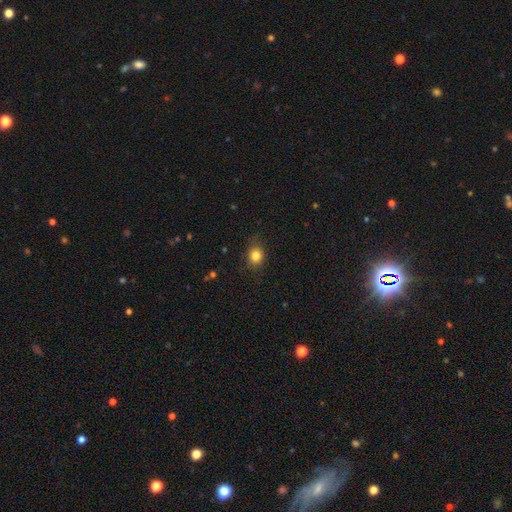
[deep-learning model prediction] A smooth galaxy with no disk features (82%) that is round (64%). Merging: none (79%).